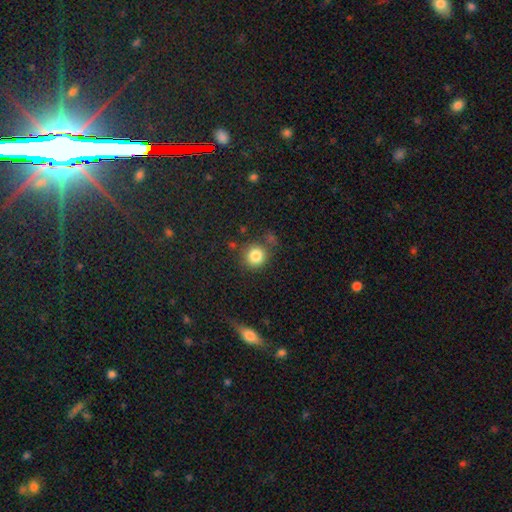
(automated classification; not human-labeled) Smooth or featured? Predicted: smooth (p=0.84). How rounded? Predicted: round (p=0.89). Merging? Predicted: none (p=0.76).